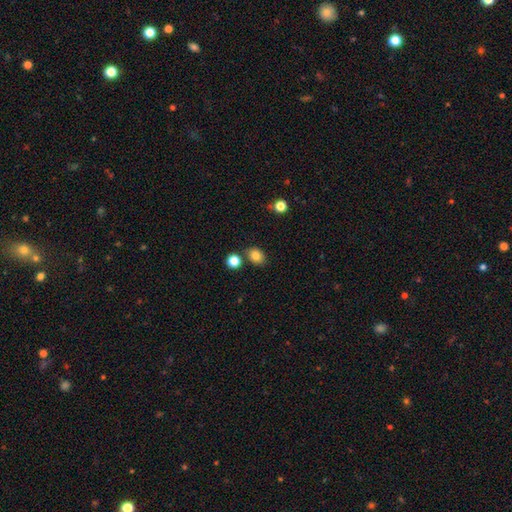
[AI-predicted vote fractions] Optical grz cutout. It shows a smooth galaxy with no disk features (82%) that is in between round and cigar-shaped (53%). Merging: none (79%).